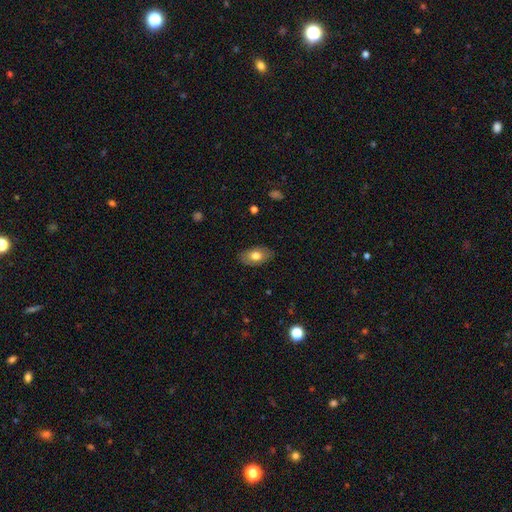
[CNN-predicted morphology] smooth_or_featured: smooth (p=0.73) [alt: featured or disk p=0.20]
how_rounded: in between (p=0.91) [alt: round p=0.07]
merging: none (p=0.85) [alt: minor disturbance p=0.11]